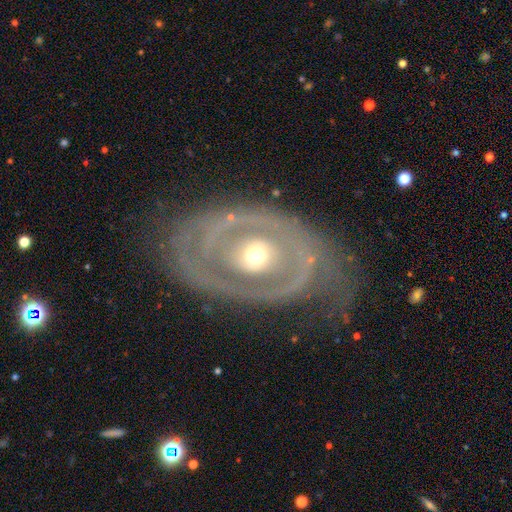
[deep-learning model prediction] This appears to be a featured or disk galaxy (78%) with no bar (71%), no spiral arms (52%) and a moderate central bulge (64%). Merging: none (68%).